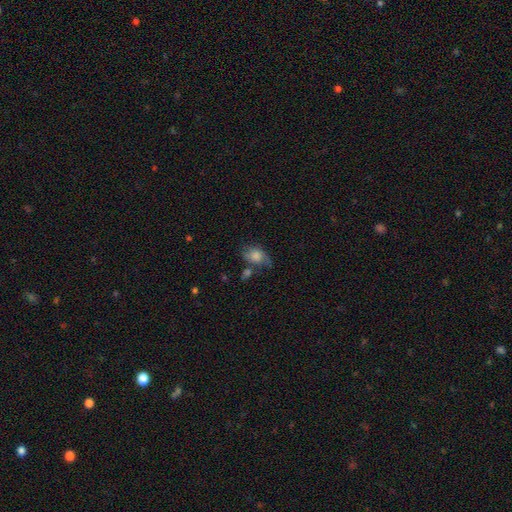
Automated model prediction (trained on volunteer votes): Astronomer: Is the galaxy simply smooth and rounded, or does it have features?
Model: smooth — 64%.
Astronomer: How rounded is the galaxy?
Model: in between — 72%.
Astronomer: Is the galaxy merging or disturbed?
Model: none — 41% (runner-up: minor disturbance, 30%).